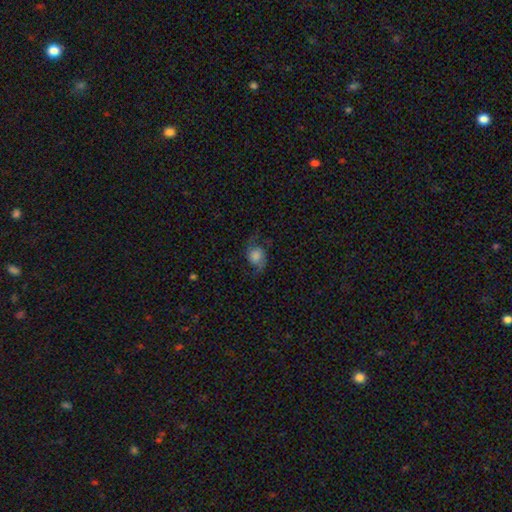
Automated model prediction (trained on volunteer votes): This is possibly a featured or disk galaxy (58%). It is clearly not viewed edge-on (96%). Bar: likely no (70%). Spiral arm pattern: clearly yes (91%). Spiral arm count: clearly 2 (92%). Spiral winding: likely loose (65%). Central bulge: marginally large (35%). Merging: likely none (67%).